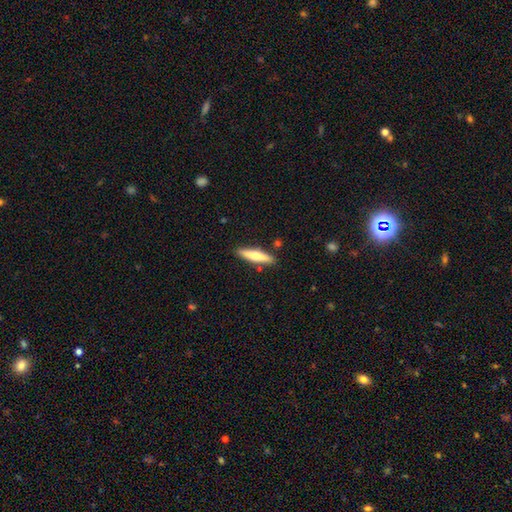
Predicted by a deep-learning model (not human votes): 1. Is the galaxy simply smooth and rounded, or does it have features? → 65% smooth, 30% featured or disk, 6% star or artifact.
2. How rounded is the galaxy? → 82% cigar-shaped, 16% in between, 1% round.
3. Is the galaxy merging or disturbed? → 87% none, 9% minor disturbance, 3% merger, 2% major disturbance.